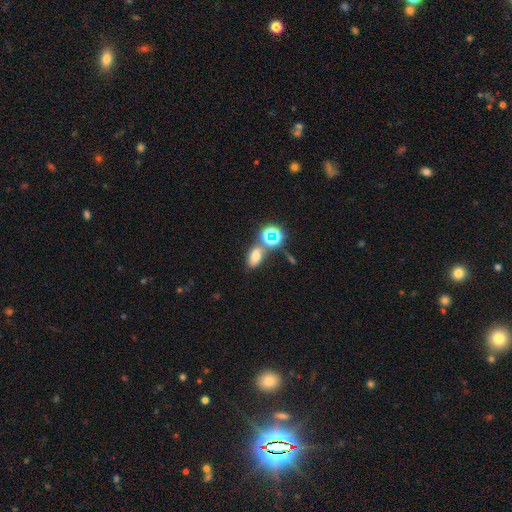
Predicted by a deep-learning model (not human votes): This is likely a smooth galaxy (64%). How rounded: clearly in between (83%). Merging: possibly none (56%).